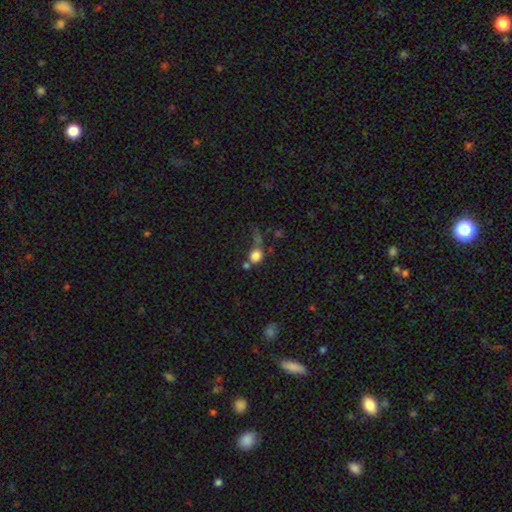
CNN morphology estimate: This is likely a smooth galaxy (78%). How rounded: clearly round (82%). Merging: marginally none (40%).